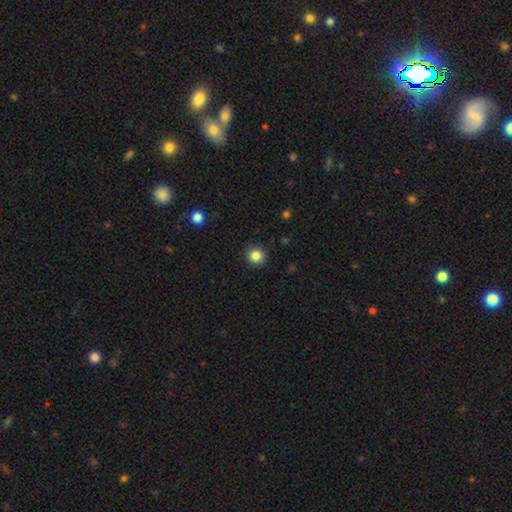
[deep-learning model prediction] Morphology: type=smooth (85%); roundness=round (92%); merging=none (91%).